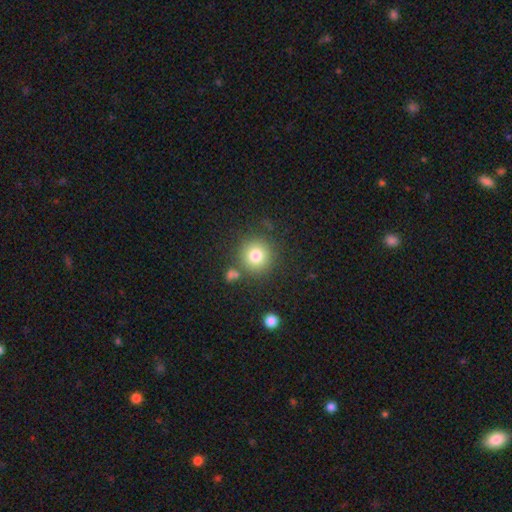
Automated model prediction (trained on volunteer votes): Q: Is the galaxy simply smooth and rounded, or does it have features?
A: smooth — 79%.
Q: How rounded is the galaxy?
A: round — 94%.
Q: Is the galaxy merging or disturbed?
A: none — 82%.